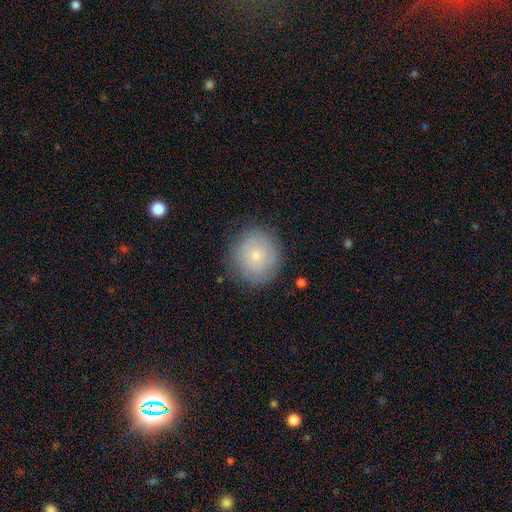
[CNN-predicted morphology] This appears to be a smooth galaxy with no disk features (69%) that is round (85%). Merging: none (82%).